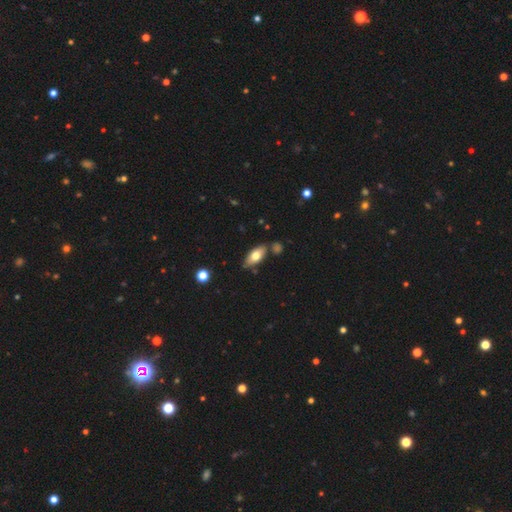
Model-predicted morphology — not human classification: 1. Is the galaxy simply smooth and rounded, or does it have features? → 67% smooth, 27% featured or disk, 6% star or artifact.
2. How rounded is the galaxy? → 83% in between, 14% cigar-shaped, 3% round.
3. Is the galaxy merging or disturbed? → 76% none, 13% minor disturbance, 8% merger, 3% major disturbance.